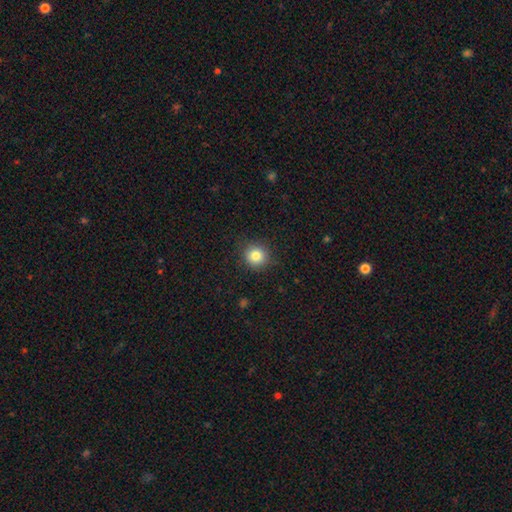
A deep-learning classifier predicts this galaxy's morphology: A smooth galaxy with no disk features (83%) that is round (92%).

Vote fractions:
- Smooth or featured? smooth: 83% / star or artifact: 11% / featured or disk: 6%
- How rounded? round: 92% / in between: 7% / cigar-shaped: 1%
- Merging? none: 89% / minor disturbance: 8% / major disturbance: 2% / merger: 1%